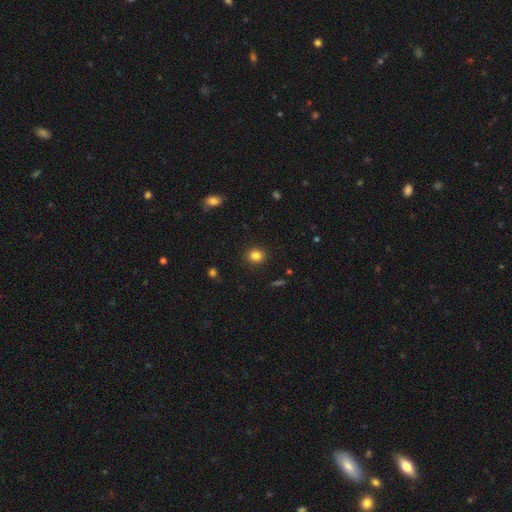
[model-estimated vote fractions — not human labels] The model was most divided on "how rounded": round: 74%, in between: 26%, cigar-shaped: 1%. More confident: merging — none (91%); smooth or featured — smooth (84%).